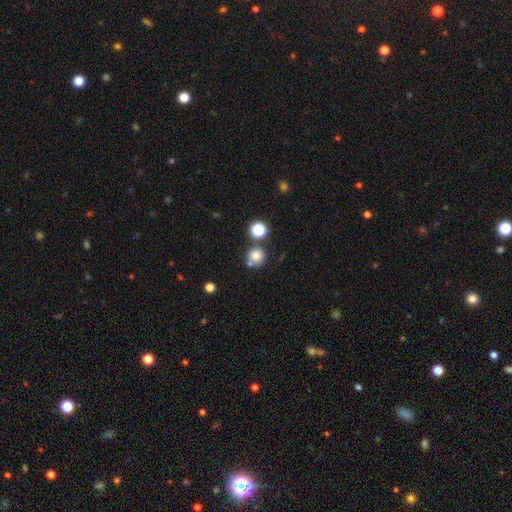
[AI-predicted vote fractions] Smooth or featured? smooth (78%)
How rounded? round (90%)
Merging? none (63%)